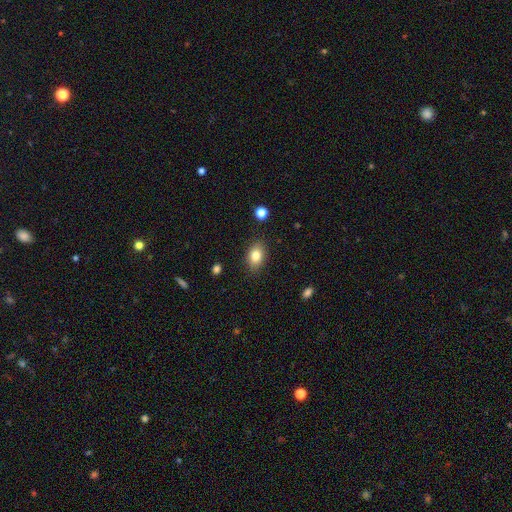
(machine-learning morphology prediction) Smooth or featured?
  - smooth: 83% *
  - star or artifact: 9%
  - featured or disk: 8%
How rounded?
  - in between: 82% *
  - round: 16%
  - cigar-shaped: 1%
Merging?
  - none: 86% *
  - minor disturbance: 10%
  - major disturbance: 2%
  - merger: 1%